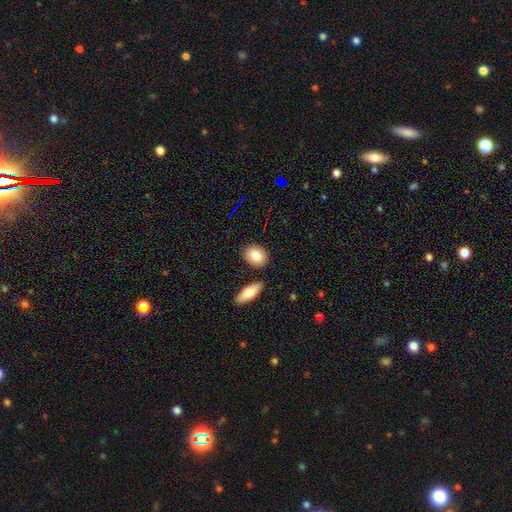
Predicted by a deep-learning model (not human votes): Smooth or featured? smooth (84%)
How rounded? in between (73%)
Merging? none (80%)